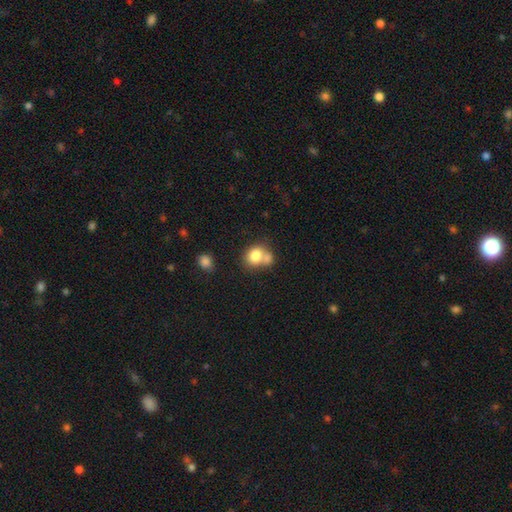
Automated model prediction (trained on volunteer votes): A smooth galaxy with no disk features (78%) that is round (66%).

Vote fractions:
- Smooth or featured? smooth: 78% / featured or disk: 12% / star or artifact: 9%
- How rounded? round: 66% / in between: 33% / cigar-shaped: 1%
- Merging? merger: 45% / none: 39% / minor disturbance: 11% / major disturbance: 5%